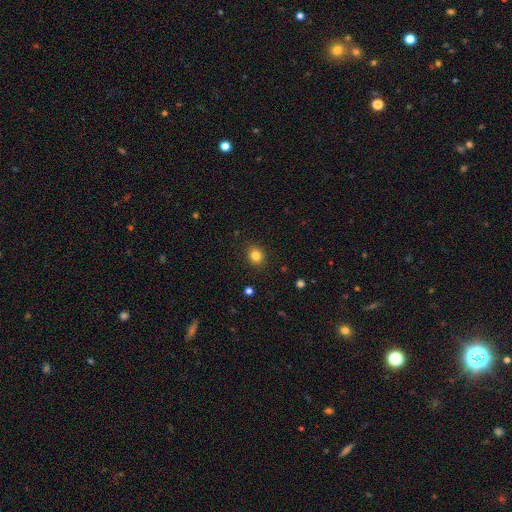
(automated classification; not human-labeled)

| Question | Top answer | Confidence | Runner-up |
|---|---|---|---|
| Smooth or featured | smooth | 82% | star or artifact (12%) |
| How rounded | round | 78% | in between (21%) |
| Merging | none | 90% | minor disturbance (7%) |